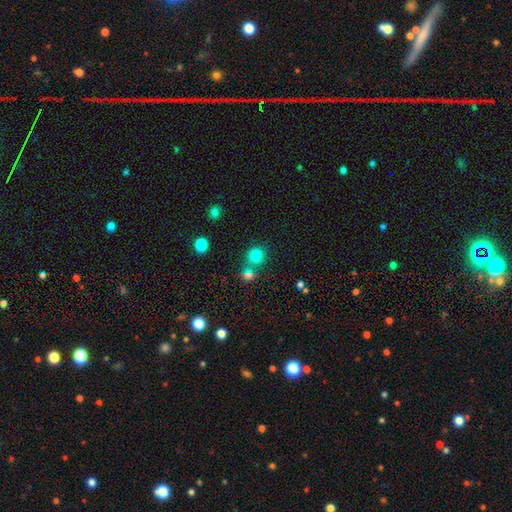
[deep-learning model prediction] smooth-or-featured: smooth: 80% | star or artifact: 14% | featured or disk: 6%
  how-rounded: round: 85% | in between: 14% | cigar-shaped: 1%
  merging: none: 65% | merger: 23% | minor disturbance: 9% | major disturbance: 3%